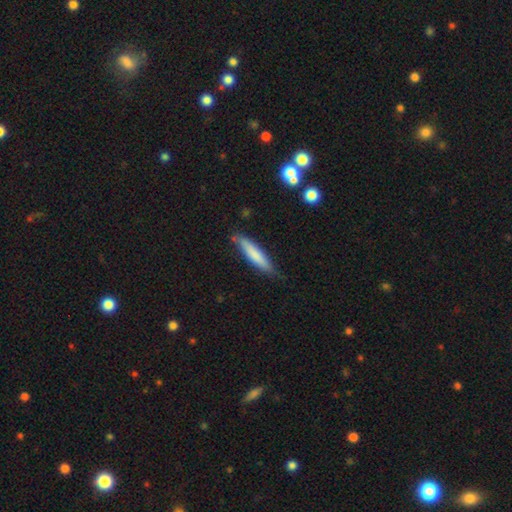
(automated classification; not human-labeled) The model was most divided on "smooth or featured": smooth: 75%, featured or disk: 20%, star or artifact: 5%. More confident: how rounded — cigar-shaped (85%); merging — none (76%).